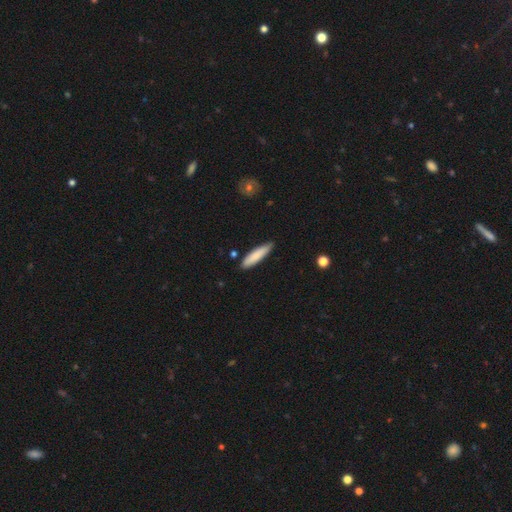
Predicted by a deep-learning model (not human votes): A smooth galaxy with no disk features (82%) that is cigar-shaped (80%).

Vote fractions:
- Smooth or featured? smooth: 82% / featured or disk: 12% / star or artifact: 5%
- How rounded? cigar-shaped: 80% / in between: 19% / round: 1%
- Merging? none: 85% / minor disturbance: 12% / merger: 2% / major disturbance: 2%